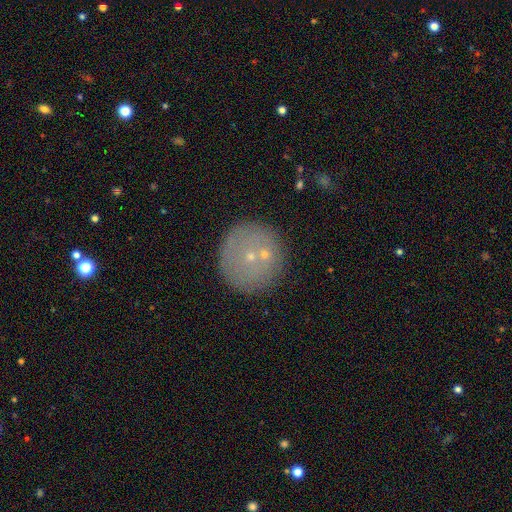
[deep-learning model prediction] The model was most divided on "smooth or featured": smooth: 56%, featured or disk: 26%, star or artifact: 18%. More confident: how rounded — round (94%); merging — none (78%).